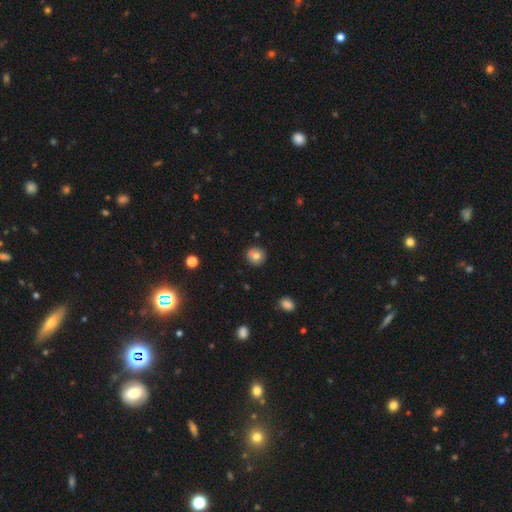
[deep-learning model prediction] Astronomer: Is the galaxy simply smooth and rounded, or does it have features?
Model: smooth — 78%.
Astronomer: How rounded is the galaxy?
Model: round — 92%.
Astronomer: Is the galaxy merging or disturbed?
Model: none — 89%.